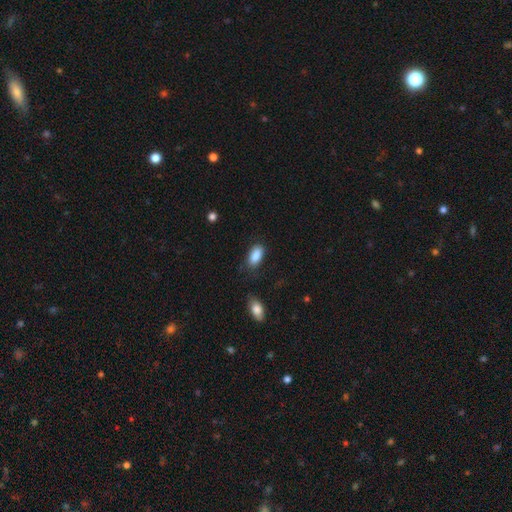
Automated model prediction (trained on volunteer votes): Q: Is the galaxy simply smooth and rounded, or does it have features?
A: smooth — 88%.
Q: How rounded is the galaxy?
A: in between — 91%.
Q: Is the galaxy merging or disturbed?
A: none — 74%.